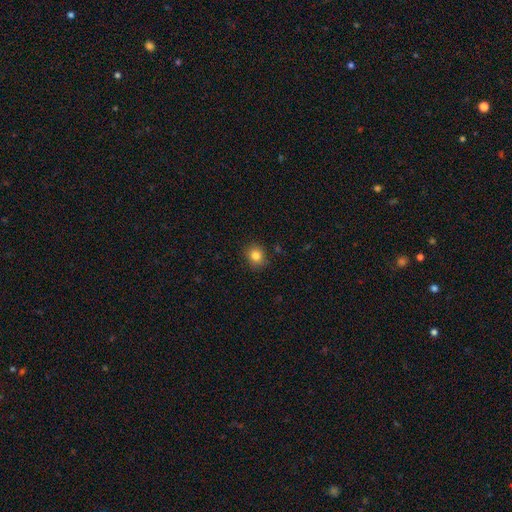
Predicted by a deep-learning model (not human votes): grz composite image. It shows a smooth galaxy with no disk features (83%) that is round (81%). Merging: none (88%).